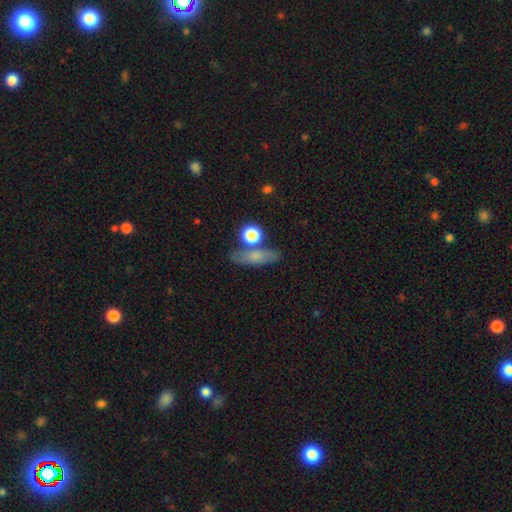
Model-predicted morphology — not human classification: Smooth or featured? smooth (66%)
How rounded? cigar-shaped (43%)
Merging? none (67%)